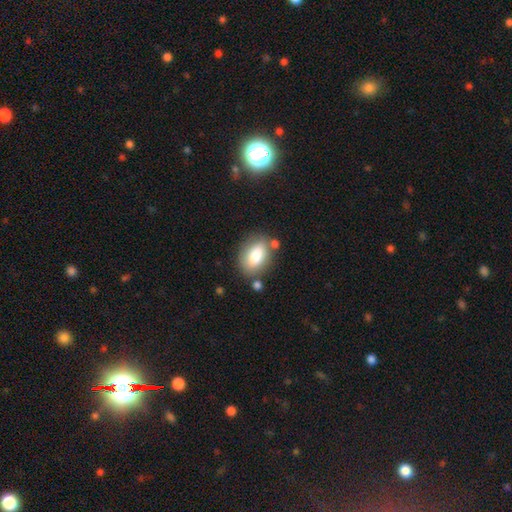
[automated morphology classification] A smooth galaxy with no disk features (80%) that is in between round and cigar-shaped (84%). Merging: none (70%).